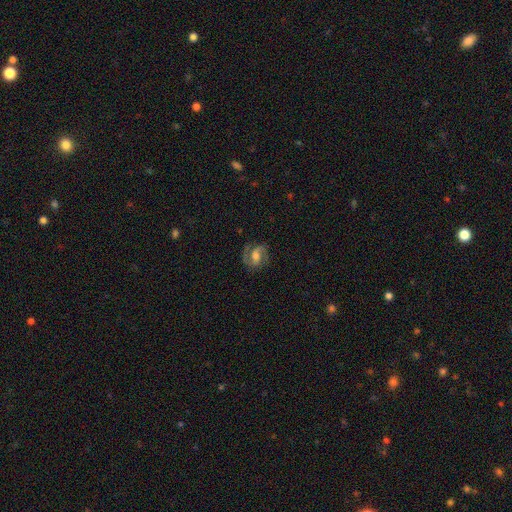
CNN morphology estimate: A featured or disk galaxy (78%) with a weak bar (48%), 2 (87%) medium (55%) spiral arms (95%) and a moderate central bulge (53%).

Vote fractions:
- Smooth or featured? featured or disk: 78% / smooth: 15% / star or artifact: 7%
- Edge-on disk? no: 97% / yes: 3%
- Bar? weak: 48% / no: 29% / strong: 23%
- Spiral arms? yes: 95% / no: 5%
- Spiral winding? medium: 55% / tight: 24% / loose: 21%
- Spiral arm count? 2: 87% / can't tell: 4% / 1: 4% / 3: 2% / 4: 1% / more than 4: 1%
- Bulge size? moderate: 53% / small: 23% / large: 17% / none: 6% / dominant: 2%
- Merging? none: 73% / minor disturbance: 16% / major disturbance: 9% / merger: 1%